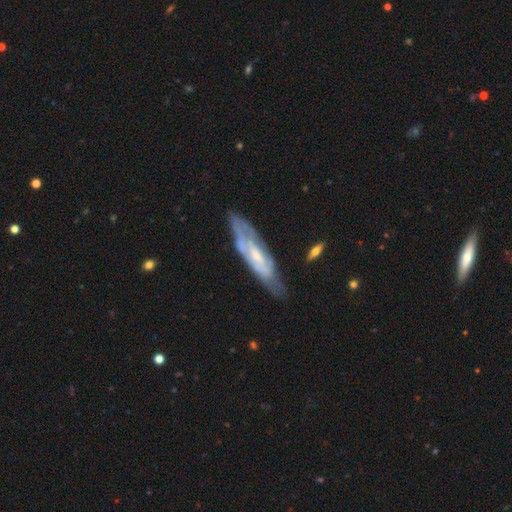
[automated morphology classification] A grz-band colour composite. It shows a featured or disk galaxy (70%). Merging: none (67%).